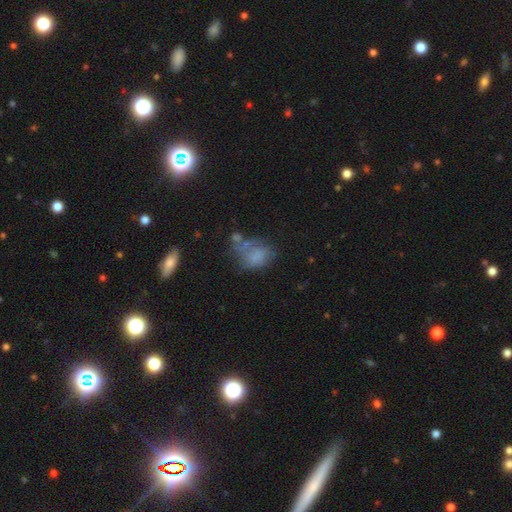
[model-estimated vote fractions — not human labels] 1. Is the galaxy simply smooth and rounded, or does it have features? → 60% smooth, 27% featured or disk, 13% star or artifact.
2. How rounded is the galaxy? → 68% in between, 31% round, 2% cigar-shaped.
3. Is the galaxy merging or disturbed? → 32% none, 25% major disturbance, 24% minor disturbance, 19% merger.